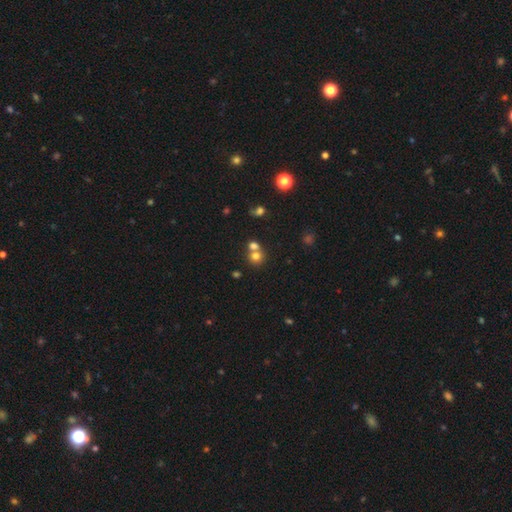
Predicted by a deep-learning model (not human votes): Overall: smooth (73%). How rounded: round (85%). Merging: none (50%; merger 41%).